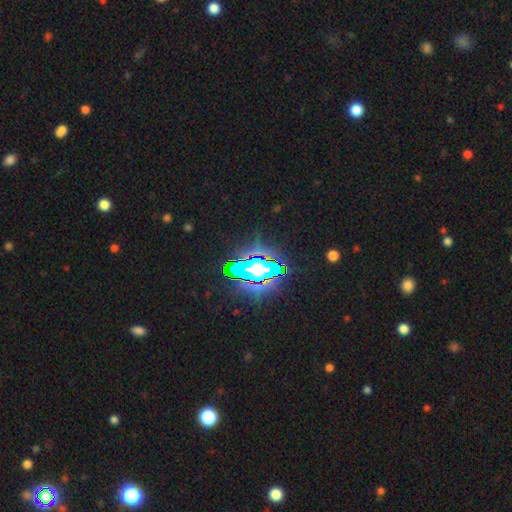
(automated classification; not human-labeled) Morphology: type=star or artifact (82%).